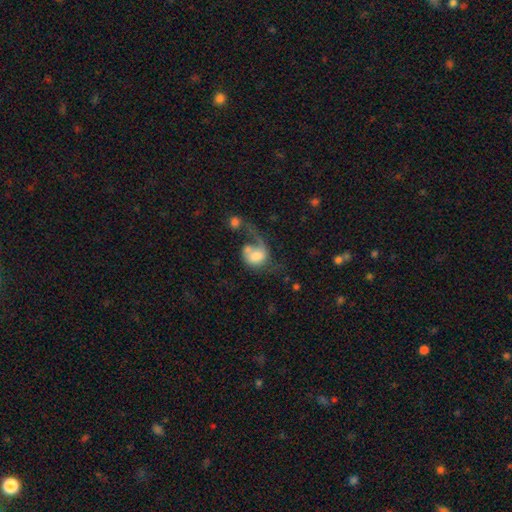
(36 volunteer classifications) Smooth or featured? smooth (61%)
How rounded? round (55%)
Merging? major disturbance (57%)